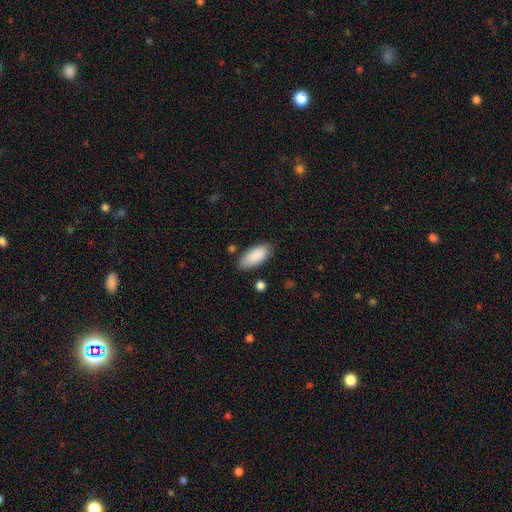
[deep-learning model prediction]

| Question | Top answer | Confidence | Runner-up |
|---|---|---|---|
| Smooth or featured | smooth | 89% | star or artifact (6%) |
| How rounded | in between | 89% | cigar-shaped (9%) |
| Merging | none | 82% | minor disturbance (13%) |